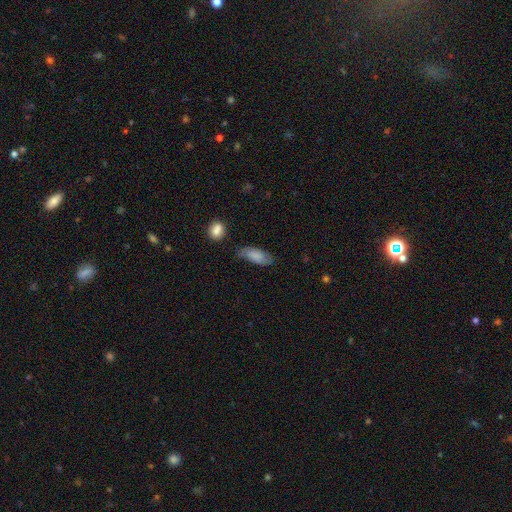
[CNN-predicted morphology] A smooth galaxy with no disk features (75%) that is in between round and cigar-shaped (85%).

Vote fractions:
- Smooth or featured? smooth: 75% / featured or disk: 18% / star or artifact: 7%
- How rounded? in between: 85% / cigar-shaped: 12% / round: 3%
- Merging? none: 63% / minor disturbance: 26% / major disturbance: 7% / merger: 4%